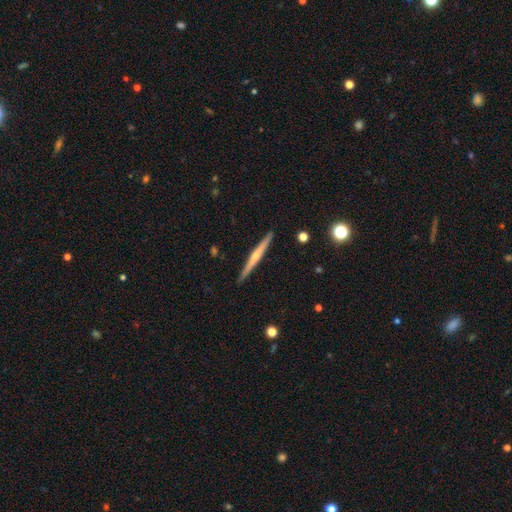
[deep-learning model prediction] Smooth or featured? featured or disk (68%)
Edge-on disk? yes (98%)
Edge-on bulge? rounded (68%)
Merging? none (92%)